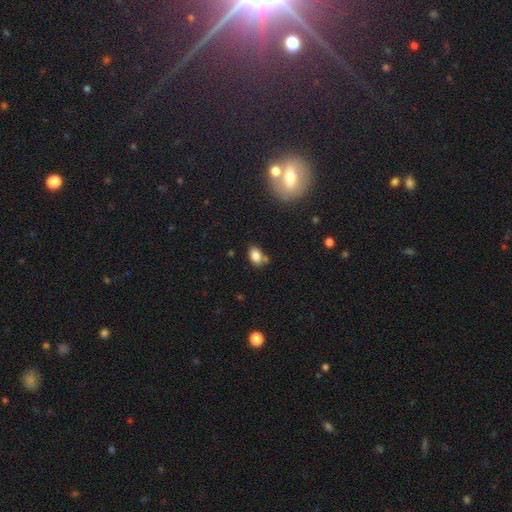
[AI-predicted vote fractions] Q: Smooth or featured?
A: smooth (83%); runner-up: star or artifact (10%)
Q: How rounded?
A: in between (88%); runner-up: round (10%)
Q: Merging?
A: none (66%); runner-up: minor disturbance (17%)